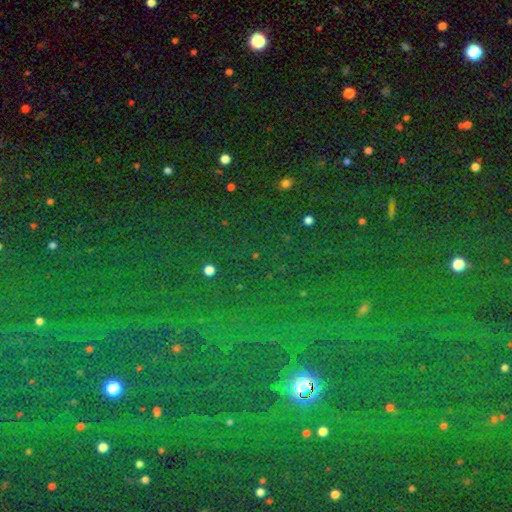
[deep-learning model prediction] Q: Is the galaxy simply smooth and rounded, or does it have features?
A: star or artifact — 72%.